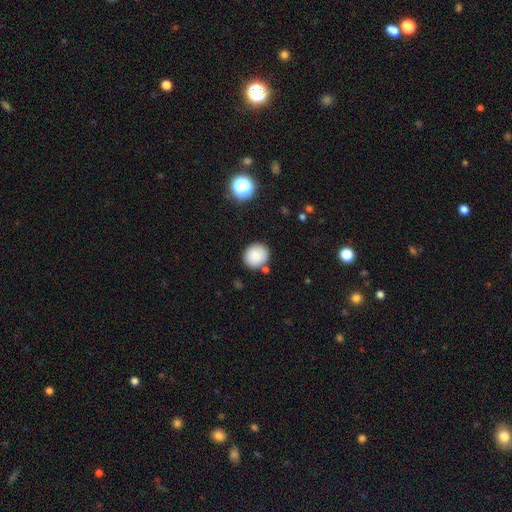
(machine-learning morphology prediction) Overall: smooth (84%). How rounded: round (87%). Merging: none (83%).